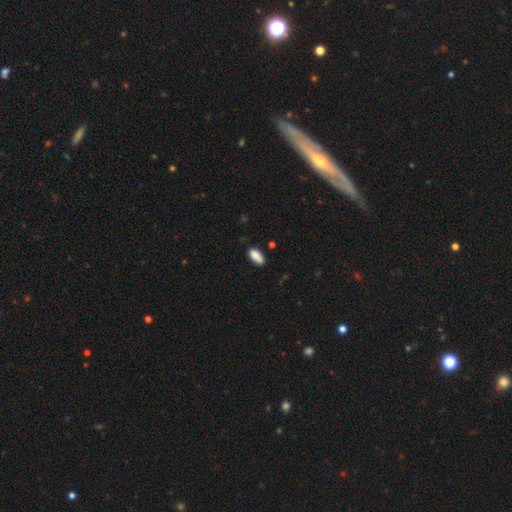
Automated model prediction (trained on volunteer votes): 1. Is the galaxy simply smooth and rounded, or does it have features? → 85% smooth, 8% star or artifact, 7% featured or disk.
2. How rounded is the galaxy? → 87% in between, 10% cigar-shaped, 3% round.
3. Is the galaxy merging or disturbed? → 68% none, 23% minor disturbance, 4% merger, 4% major disturbance.